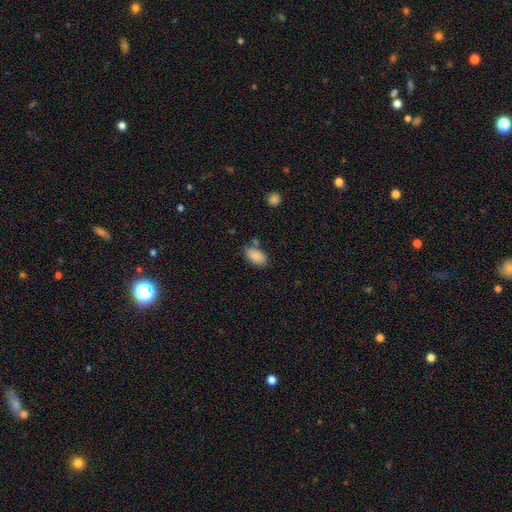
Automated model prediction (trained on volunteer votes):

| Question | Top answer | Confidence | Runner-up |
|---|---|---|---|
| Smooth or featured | smooth | 87% | star or artifact (7%) |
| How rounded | in between | 93% | round (5%) |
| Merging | none | 66% | minor disturbance (20%) |